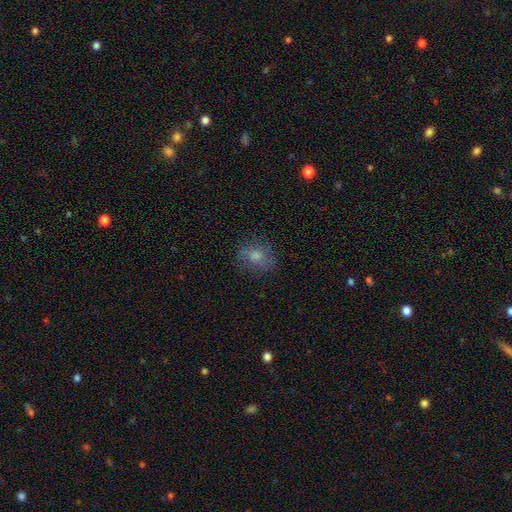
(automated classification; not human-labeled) Smooth or featured? smooth (56%)
How rounded? round (57%)
Merging? none (75%)